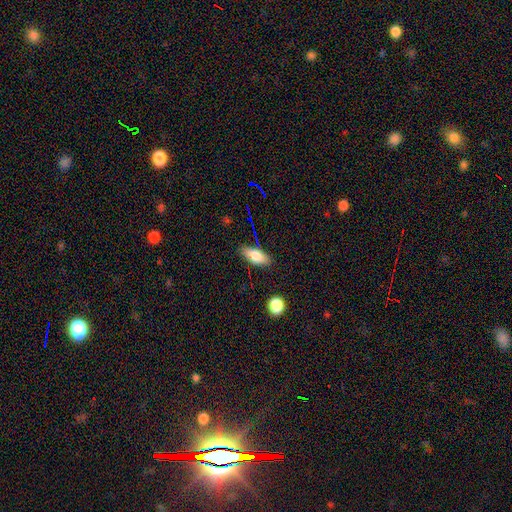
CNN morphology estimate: This appears to be a smooth galaxy with no disk features (78%) that is in between round and cigar-shaped (79%). Merging: none (82%).